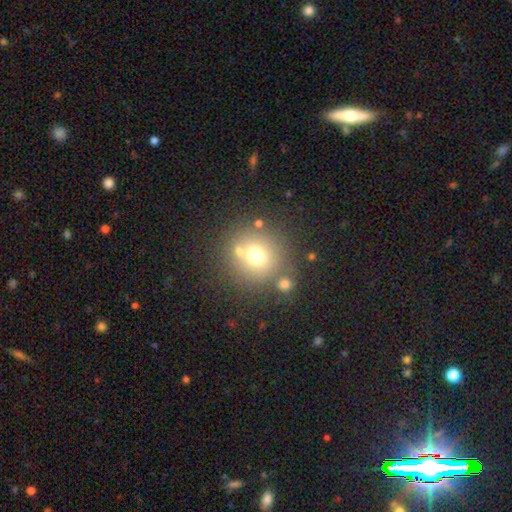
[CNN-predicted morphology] Smooth or featured?
  - smooth: 69% *
  - star or artifact: 17%
  - featured or disk: 14%
How rounded?
  - round: 92% *
  - in between: 7%
  - cigar-shaped: 1%
Merging?
  - none: 72% *
  - merger: 13%
  - minor disturbance: 10%
  - major disturbance: 5%